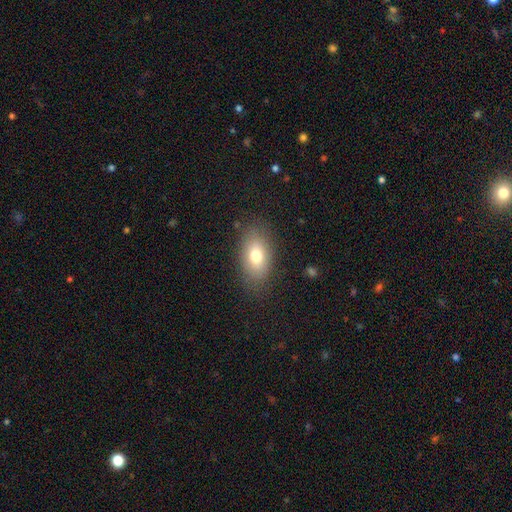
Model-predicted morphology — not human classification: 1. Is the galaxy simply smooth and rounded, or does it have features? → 74% smooth, 16% featured or disk, 10% star or artifact.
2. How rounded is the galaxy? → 87% in between, 10% round, 2% cigar-shaped.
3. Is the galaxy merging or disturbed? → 82% none, 12% minor disturbance, 5% major disturbance, 1% merger.